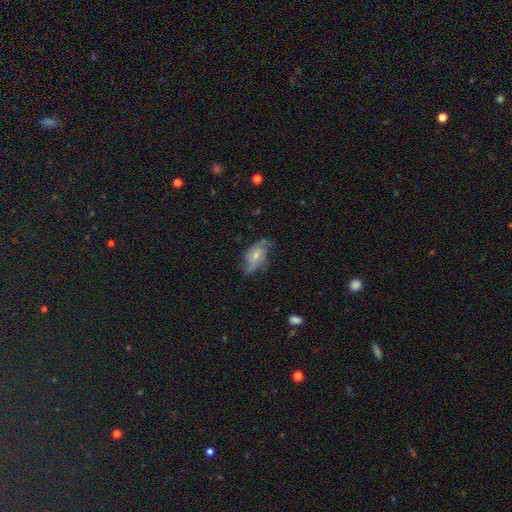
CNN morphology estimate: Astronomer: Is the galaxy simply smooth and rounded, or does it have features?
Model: featured or disk — 58% (runner-up: smooth, 34%).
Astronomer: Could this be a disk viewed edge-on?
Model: no — 94%.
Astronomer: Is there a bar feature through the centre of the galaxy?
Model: no — 55% (runner-up: weak, 37%).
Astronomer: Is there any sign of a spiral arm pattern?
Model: yes — 81%.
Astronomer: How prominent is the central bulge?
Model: small — 45% (runner-up: moderate, 42%).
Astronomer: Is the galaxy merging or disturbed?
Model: none — 52% (runner-up: minor disturbance, 29%).